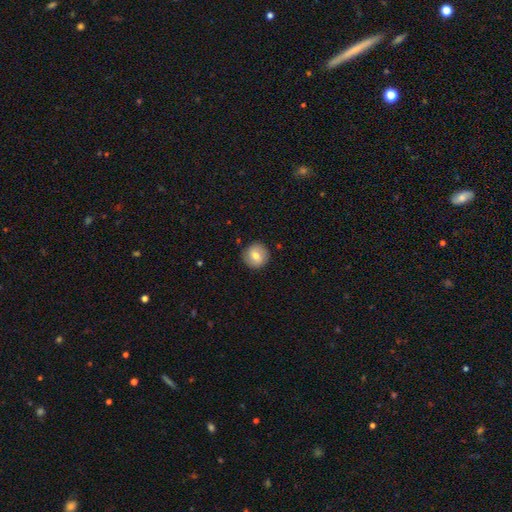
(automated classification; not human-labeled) This is likely a smooth galaxy (73%). How rounded: clearly round (93%). Merging: clearly none (87%).